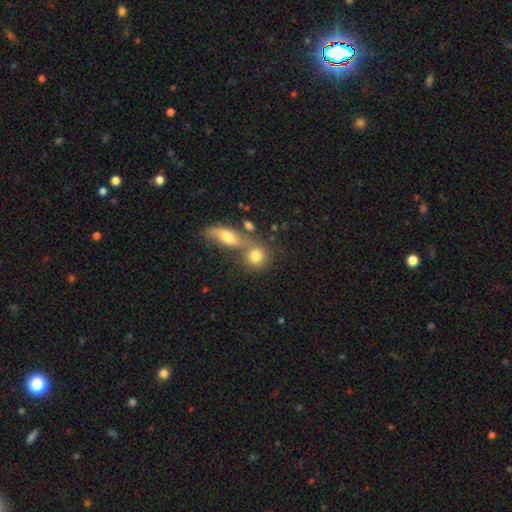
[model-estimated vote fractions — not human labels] smooth-or-featured: smooth: 77% | featured or disk: 14% | star or artifact: 9%
  how-rounded: round: 73% | in between: 23% | cigar-shaped: 4%
  merging: none: 46% | merger: 39% | minor disturbance: 10% | major disturbance: 5%